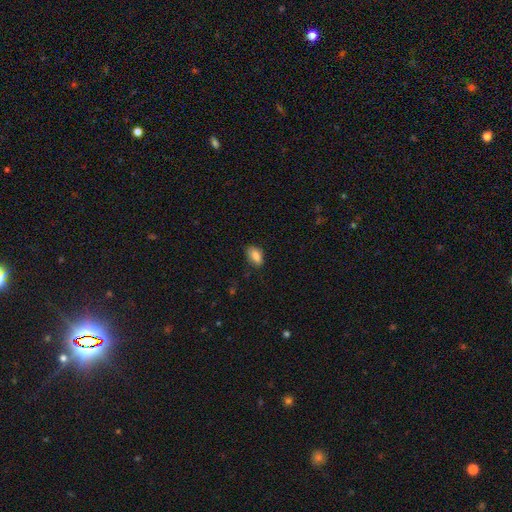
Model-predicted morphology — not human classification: smooth 85%, star or artifact 8%, featured or disk 7%. Down the decision tree: how rounded — in between (89%); merging — none (78%).